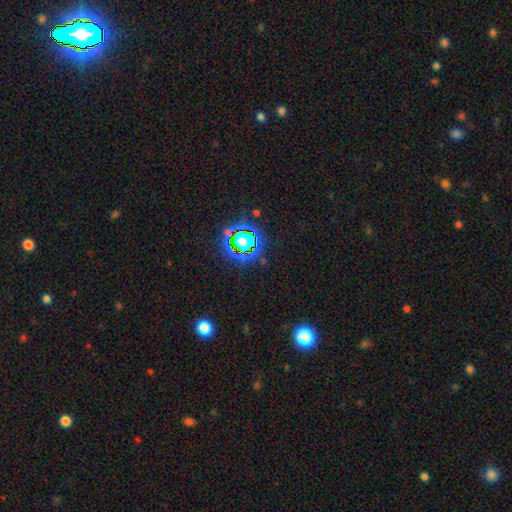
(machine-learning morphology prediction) type=star or artifact (76%).